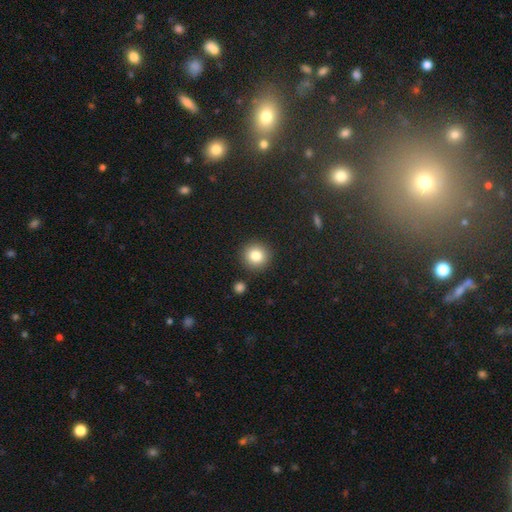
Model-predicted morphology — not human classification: The model was most divided on "smooth or featured": smooth: 82%, star or artifact: 11%, featured or disk: 7%. More confident: how rounded — round (93%); merging — none (89%).